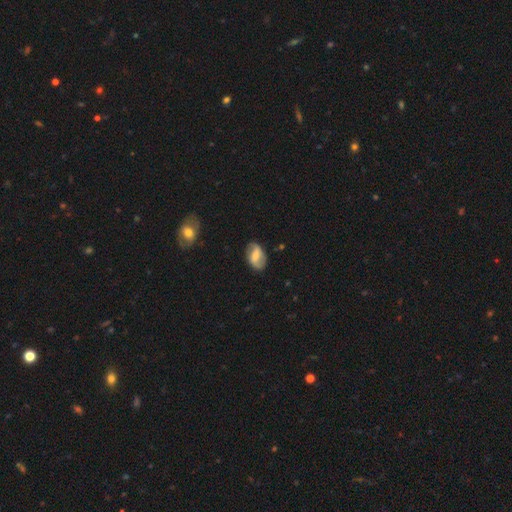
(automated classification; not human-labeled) smooth_or_featured: featured or disk (p=0.55) [alt: smooth p=0.38]
disk_edge_on: no (p=0.95) [alt: yes p=0.05]
bar: weak (p=0.45) [alt: strong p=0.33]
has_spiral_arms: yes (p=0.80) [alt: no p=0.20]
bulge_size: moderate (p=0.46) [alt: small p=0.35]
merging: none (p=0.78) [alt: minor disturbance p=0.16]